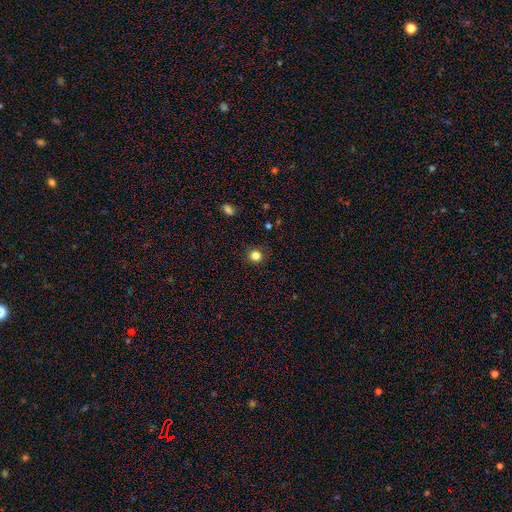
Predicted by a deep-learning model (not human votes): A smooth galaxy with no disk features (82%) that is round (91%). Merging: none (89%).